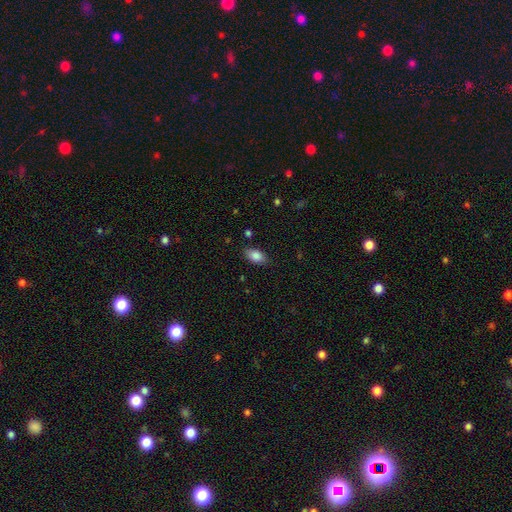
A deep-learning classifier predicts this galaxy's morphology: Smooth or featured? Predicted: smooth (p=0.85). How rounded? Predicted: in between (p=0.91). Merging? Predicted: none (p=0.84).